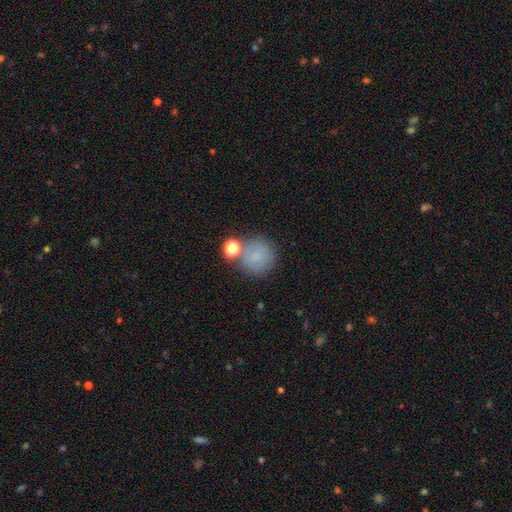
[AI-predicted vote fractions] Smooth or featured? smooth (79%)
How rounded? round (91%)
Merging? none (68%)